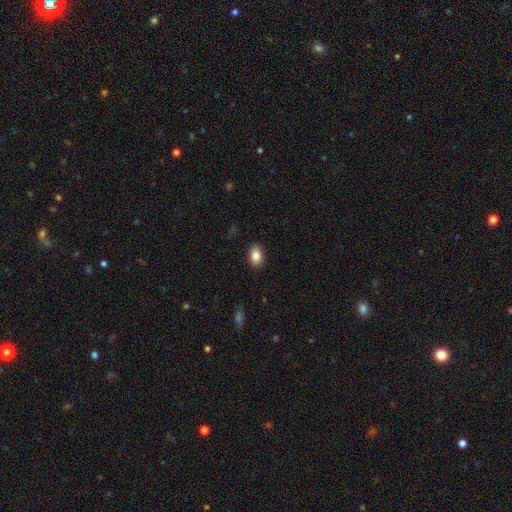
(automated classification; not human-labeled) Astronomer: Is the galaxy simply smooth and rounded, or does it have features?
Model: smooth — 86%.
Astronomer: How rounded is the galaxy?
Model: in between — 78%.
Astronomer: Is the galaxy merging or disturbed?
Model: none — 89%.